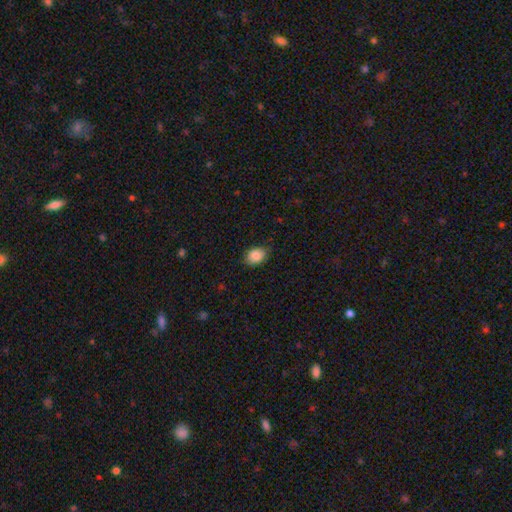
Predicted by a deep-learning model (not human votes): smooth 86%, star or artifact 8%, featured or disk 6%. Down the decision tree: how rounded — in between (73%); merging — none (81%).